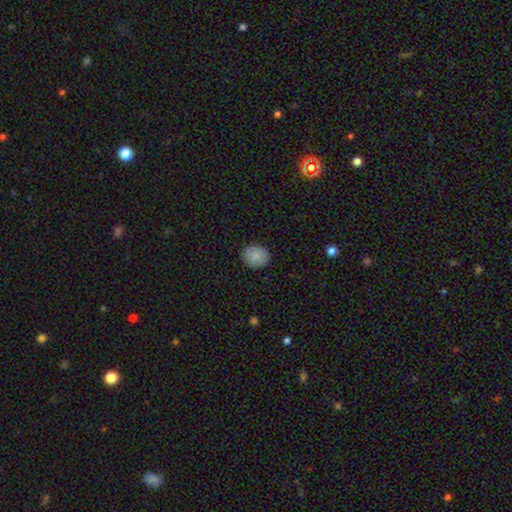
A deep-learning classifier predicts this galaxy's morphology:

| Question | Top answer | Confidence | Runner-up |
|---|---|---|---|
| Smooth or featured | smooth | 88% | star or artifact (8%) |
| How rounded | round | 69% | in between (30%) |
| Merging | none | 88% | minor disturbance (9%) |